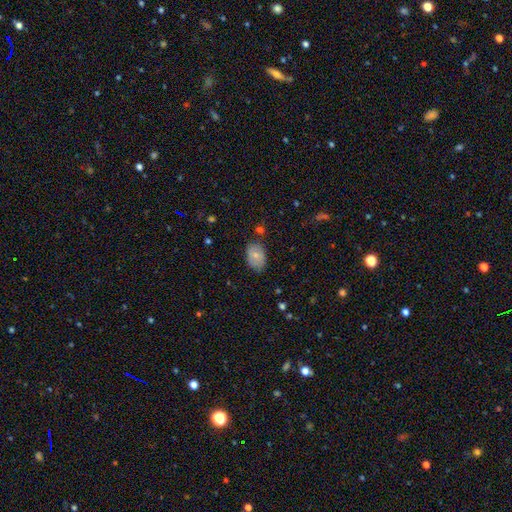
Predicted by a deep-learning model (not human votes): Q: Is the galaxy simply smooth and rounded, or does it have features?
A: smooth — 70%.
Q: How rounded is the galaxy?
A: in between — 81%.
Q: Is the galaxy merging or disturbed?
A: none — 70%.